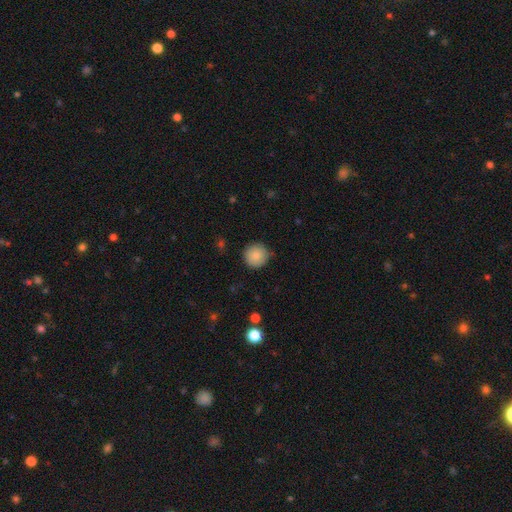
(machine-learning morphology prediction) This appears to be a smooth galaxy with no disk features (86%) that is round (95%). Merging: none (86%).